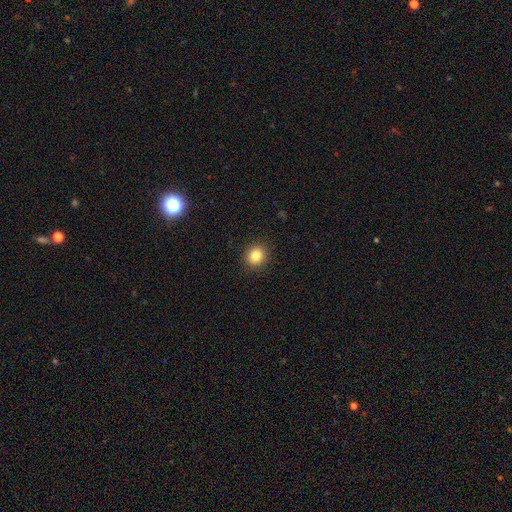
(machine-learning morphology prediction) Smooth or featured? Predicted: smooth (p=0.84). How rounded? Predicted: round (p=0.85). Merging? Predicted: none (p=0.91).